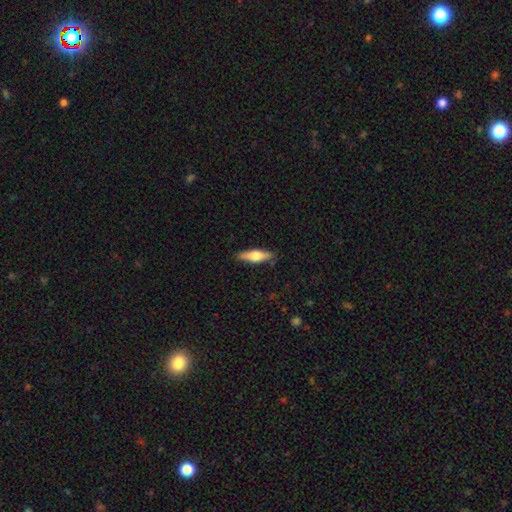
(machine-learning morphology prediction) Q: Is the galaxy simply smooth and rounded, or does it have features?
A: smooth — 51%.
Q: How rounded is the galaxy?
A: cigar-shaped — 63%.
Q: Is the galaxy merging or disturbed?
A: none — 87%.